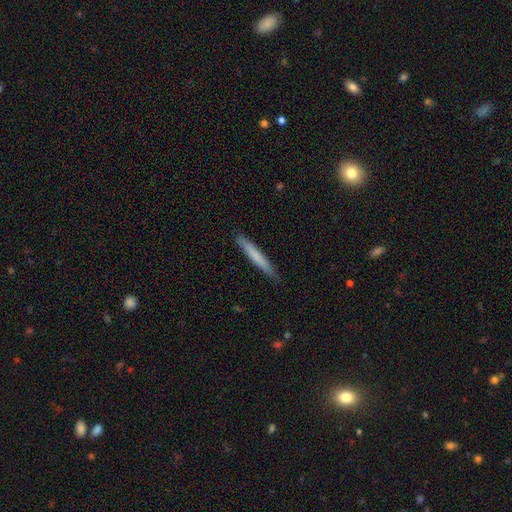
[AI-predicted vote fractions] Q: Smooth or featured?
A: smooth (71%); runner-up: featured or disk (24%)
Q: How rounded?
A: cigar-shaped (96%); runner-up: in between (3%)
Q: Merging?
A: none (88%); runner-up: minor disturbance (9%)